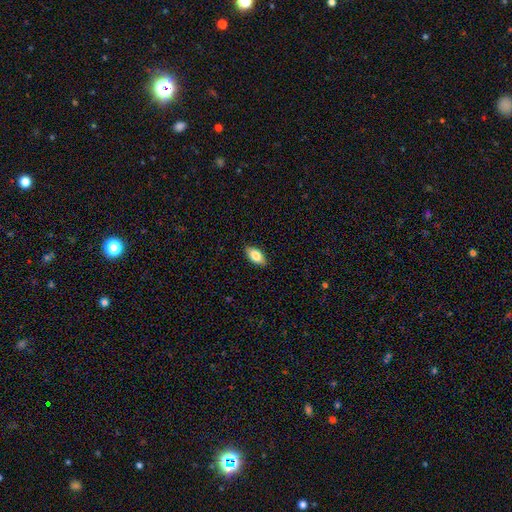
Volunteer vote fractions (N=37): Overall: smooth (84%). How rounded: in between (97%). Merging: none (86%).